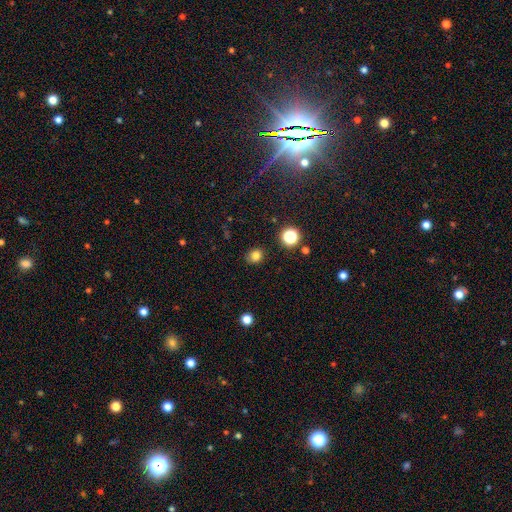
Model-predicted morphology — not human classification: Smooth or featured?
  - smooth: 79% *
  - star or artifact: 15%
  - featured or disk: 6%
How rounded?
  - round: 76% *
  - in between: 23%
  - cigar-shaped: 1%
Merging?
  - none: 85% *
  - minor disturbance: 11%
  - major disturbance: 3%
  - merger: 2%